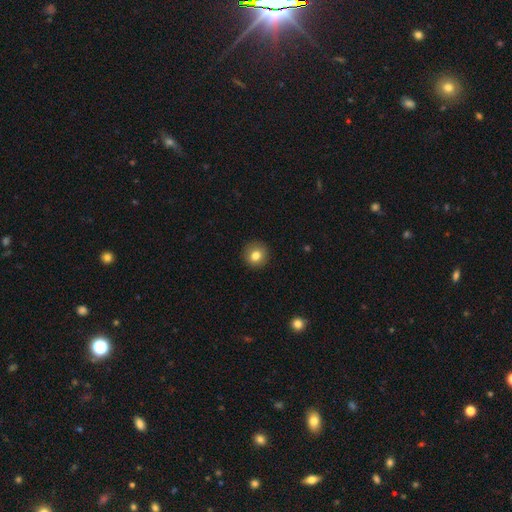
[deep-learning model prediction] A smooth galaxy with no disk features (81%) that is round (92%). Merging: none (91%).